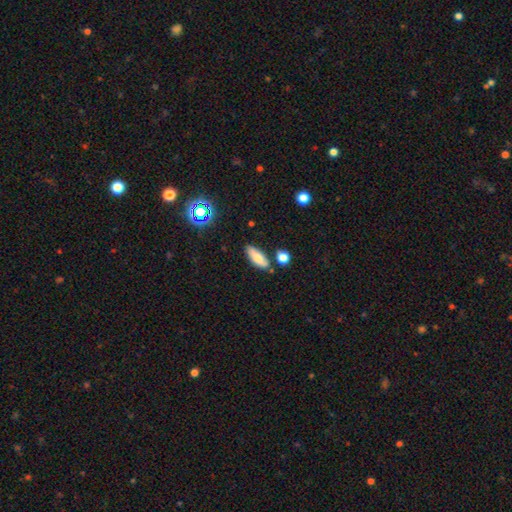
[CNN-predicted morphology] This is likely a smooth galaxy (75%). How rounded: likely in between (72%). Merging: likely none (74%).